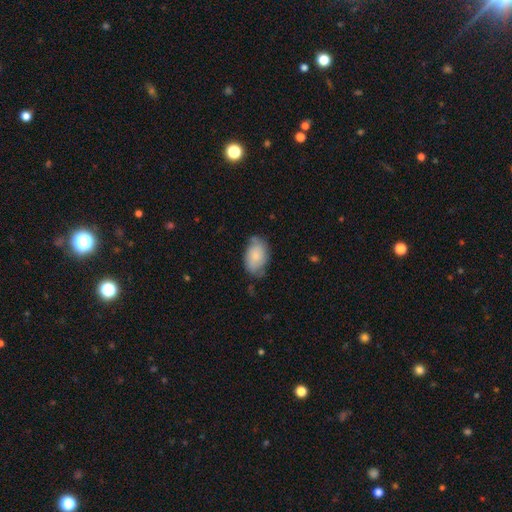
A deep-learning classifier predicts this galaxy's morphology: Smooth or featured?
  - smooth: 73% *
  - featured or disk: 21%
  - star or artifact: 7%
How rounded?
  - in between: 90% *
  - round: 8%
  - cigar-shaped: 1%
Merging?
  - none: 59% *
  - minor disturbance: 31%
  - major disturbance: 8%
  - merger: 3%